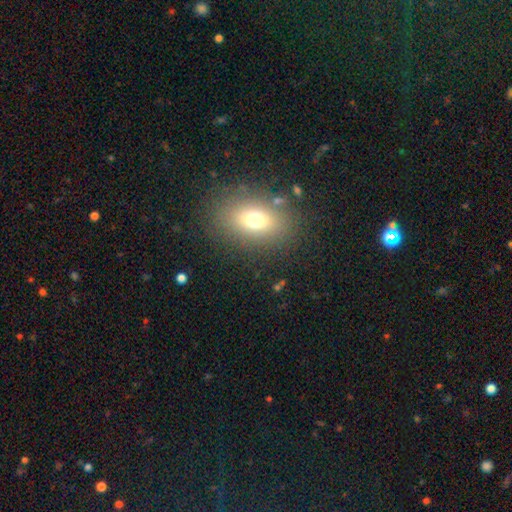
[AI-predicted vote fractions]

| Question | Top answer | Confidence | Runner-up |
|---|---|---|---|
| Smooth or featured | smooth | 69% | star or artifact (16%) |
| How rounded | in between | 81% | round (15%) |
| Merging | none | 85% | minor disturbance (9%) |